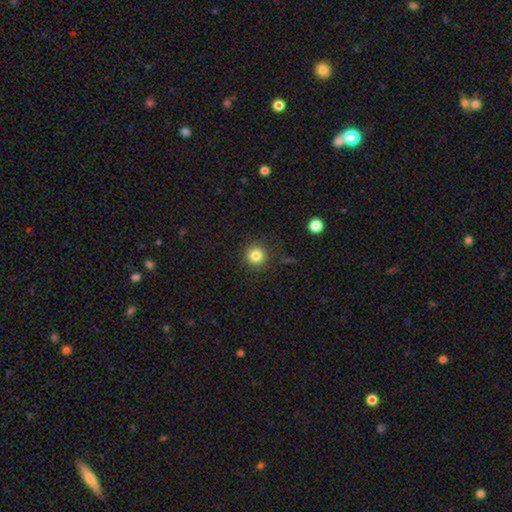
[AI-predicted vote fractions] smooth-or-featured: smooth: 83% | star or artifact: 11% | featured or disk: 6%
  how-rounded: round: 94% | in between: 5% | cigar-shaped: 1%
  merging: none: 89% | minor disturbance: 7% | major disturbance: 3% | merger: 1%